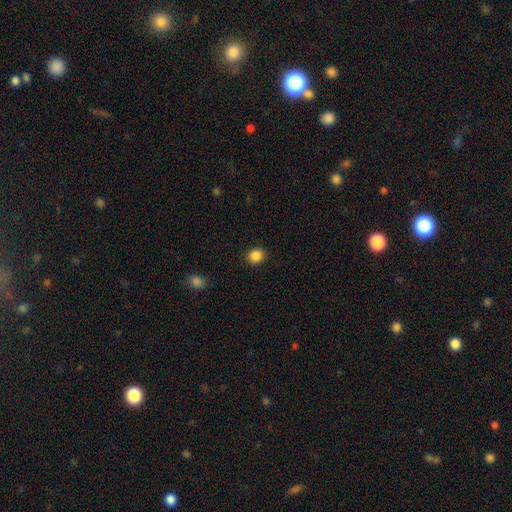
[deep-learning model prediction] smooth 87%, star or artifact 10%, featured or disk 3%. Down the decision tree: how rounded — round (80%); merging — none (91%).